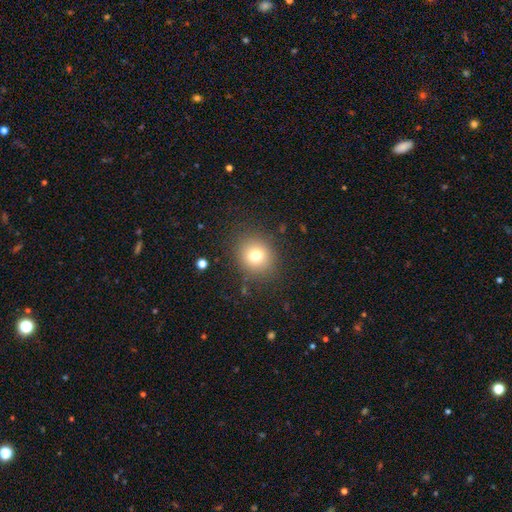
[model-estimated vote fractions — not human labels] Smooth or featured?
  - smooth: 76% *
  - star or artifact: 14%
  - featured or disk: 11%
How rounded?
  - round: 84% *
  - in between: 16%
  - cigar-shaped: 1%
Merging?
  - none: 86% *
  - minor disturbance: 9%
  - major disturbance: 4%
  - merger: 1%